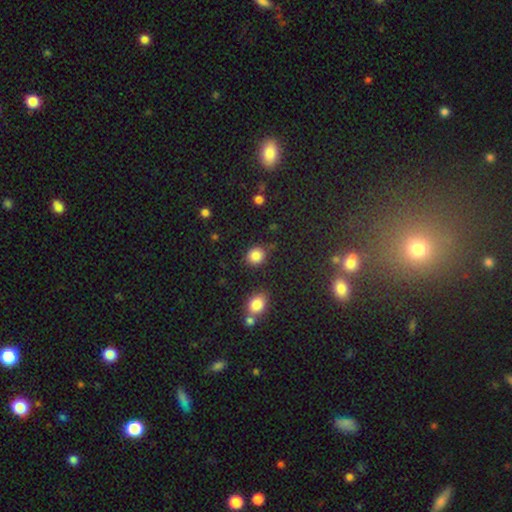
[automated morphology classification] Q: Smooth or featured?
A: smooth (85%); runner-up: star or artifact (11%)
Q: How rounded?
A: round (76%); runner-up: in between (23%)
Q: Merging?
A: none (80%); runner-up: minor disturbance (12%)